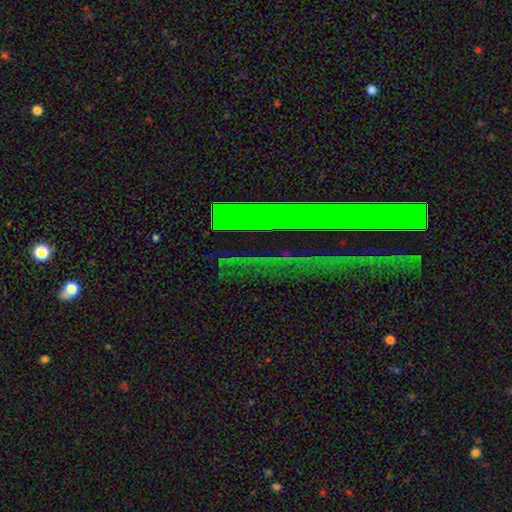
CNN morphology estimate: Overall: star or artifact (70%).